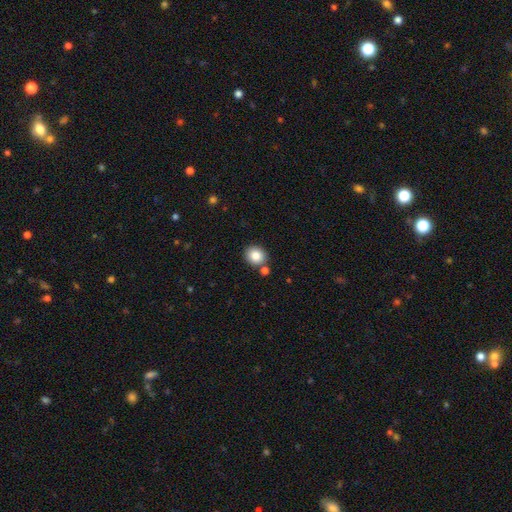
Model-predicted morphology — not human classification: This is clearly a smooth galaxy (84%). How rounded: likely round (75%). Merging: likely none (80%).